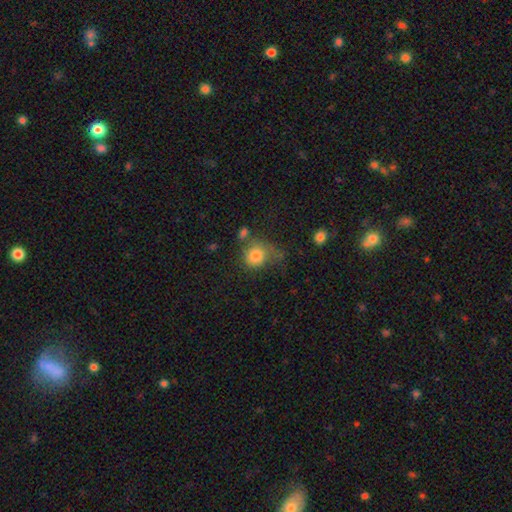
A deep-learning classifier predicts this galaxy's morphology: Overall: smooth (80%). How rounded: round (75%). Merging: none (42%; minor disturbance 25%).